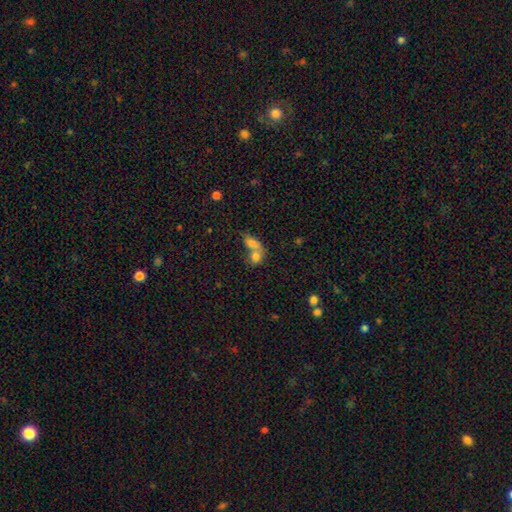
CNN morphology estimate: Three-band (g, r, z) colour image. It shows a smooth galaxy with no disk features (76%) that is in between round and cigar-shaped (60%). Merging: merger (68%).